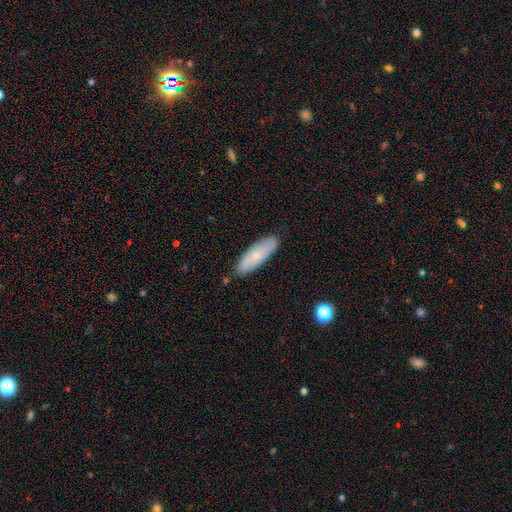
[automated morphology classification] The model was most divided on "how rounded": in between: 51%, cigar-shaped: 46%, round: 2%. More confident: merging — none (84%); smooth or featured — smooth (64%).